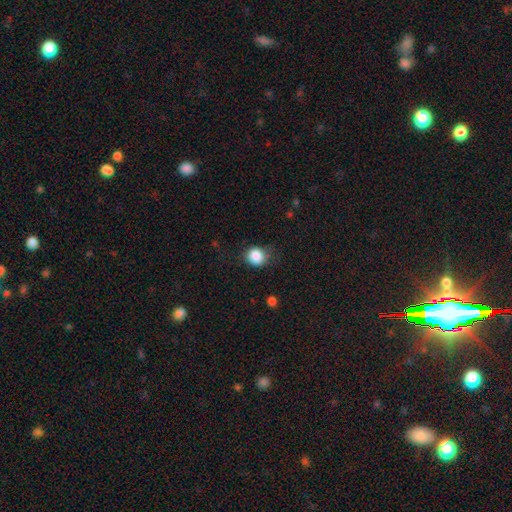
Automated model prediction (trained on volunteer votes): A smooth galaxy with no disk features (86%) that is round (78%). Merging: none (72%).